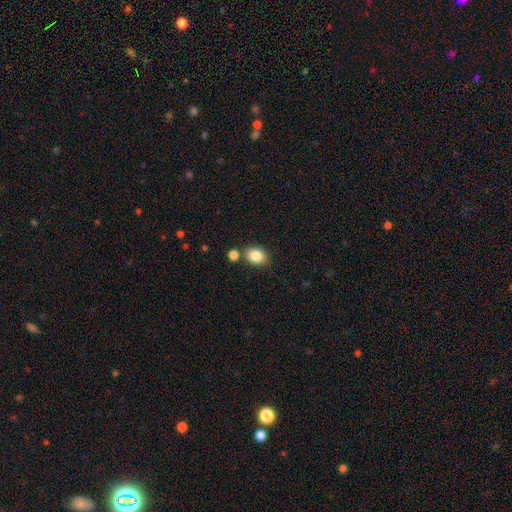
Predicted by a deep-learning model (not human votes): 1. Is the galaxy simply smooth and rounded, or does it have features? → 84% smooth, 9% star or artifact, 7% featured or disk.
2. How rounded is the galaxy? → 58% in between, 41% round, 1% cigar-shaped.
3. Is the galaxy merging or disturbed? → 70% none, 14% merger, 13% minor disturbance, 3% major disturbance.